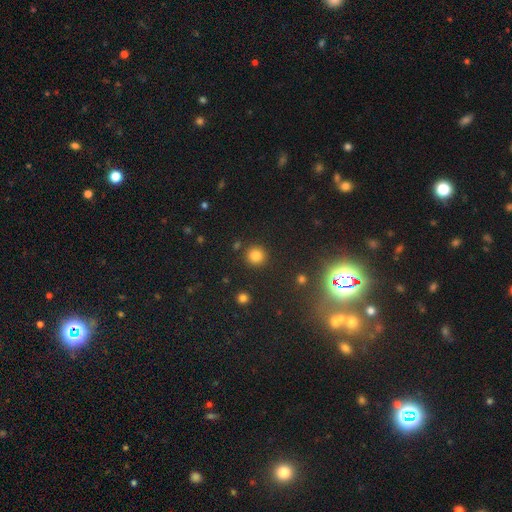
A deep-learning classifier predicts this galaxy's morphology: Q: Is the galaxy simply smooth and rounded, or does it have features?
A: smooth — 82%.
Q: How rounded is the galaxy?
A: round — 94%.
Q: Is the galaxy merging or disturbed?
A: none — 89%.